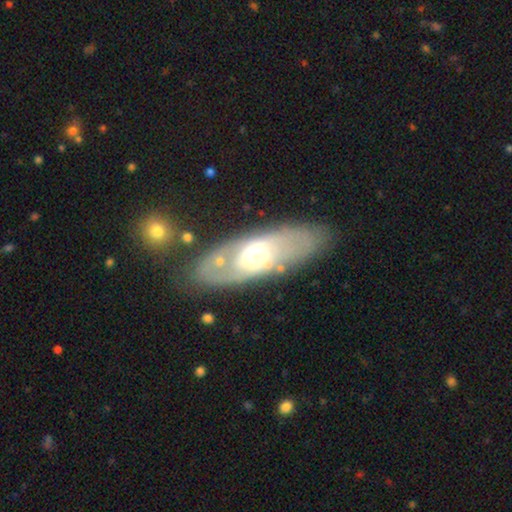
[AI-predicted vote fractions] smooth-or-featured: featured or disk: 63% | smooth: 31% | star or artifact: 6%
  disk-edge-on: no: 79% | yes: 21%
  merging: none: 74% | minor disturbance: 16% | major disturbance: 6% | merger: 5%